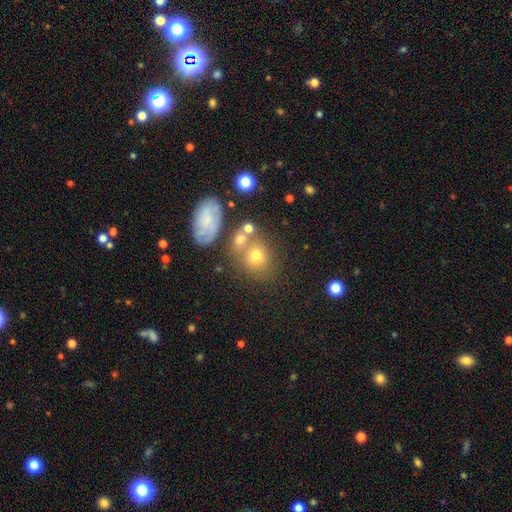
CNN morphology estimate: smooth-or-featured: smooth: 58% | featured or disk: 25% | star or artifact: 17%
  how-rounded: round: 67% | in between: 31% | cigar-shaped: 2%
  merging: none: 59% | merger: 20% | minor disturbance: 14% | major disturbance: 6%